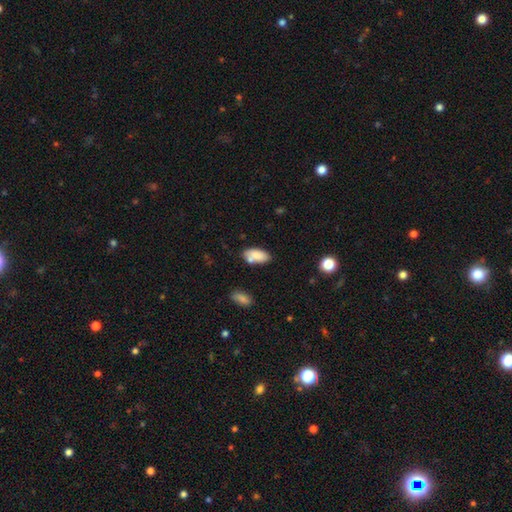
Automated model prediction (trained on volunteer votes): A smooth galaxy with no disk features (82%) that is in between round and cigar-shaped (90%).

Vote fractions:
- Smooth or featured? smooth: 82% / featured or disk: 11% / star or artifact: 7%
- How rounded? in between: 90% / cigar-shaped: 8% / round: 2%
- Merging? none: 65% / minor disturbance: 17% / merger: 14% / major disturbance: 4%